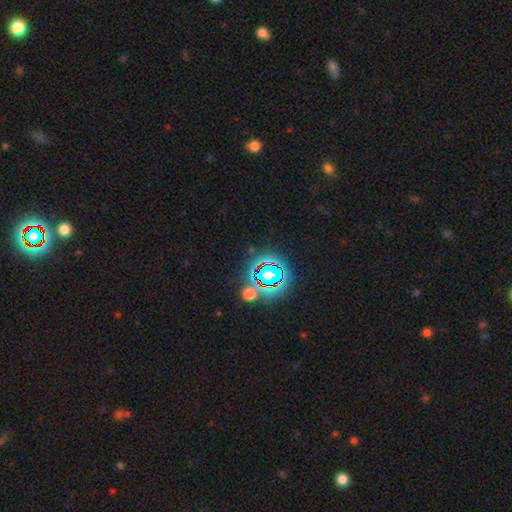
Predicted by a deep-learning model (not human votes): A star or artifact, not a galaxy (79%).